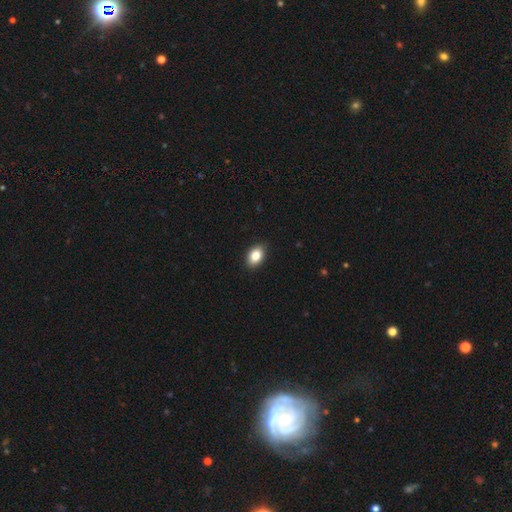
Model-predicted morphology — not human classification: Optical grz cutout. It shows a smooth galaxy with no disk features (83%) that is in between round and cigar-shaped (82%). Merging: none (88%).